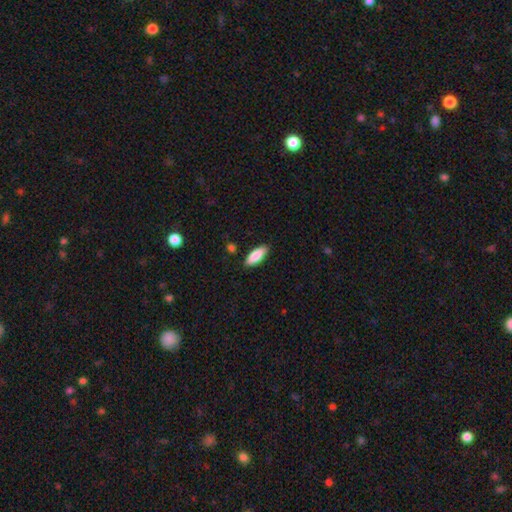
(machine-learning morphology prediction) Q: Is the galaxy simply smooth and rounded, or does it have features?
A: smooth — 86%.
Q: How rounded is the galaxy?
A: in between — 67%.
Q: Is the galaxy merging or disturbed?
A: none — 86%.